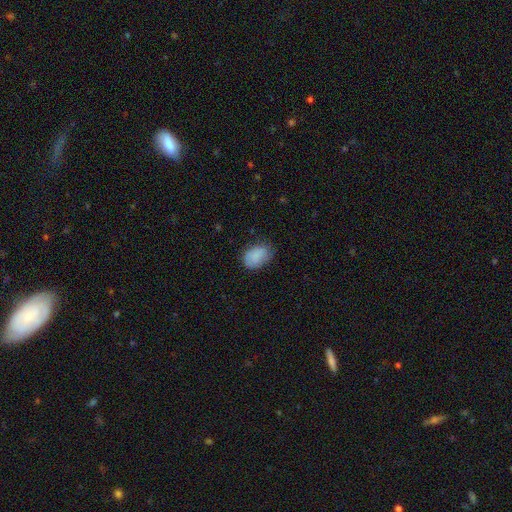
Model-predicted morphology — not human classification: A smooth galaxy with no disk features (84%) that is in between round and cigar-shaped (84%).

Vote fractions:
- Smooth or featured? smooth: 84% / featured or disk: 8% / star or artifact: 7%
- How rounded? in between: 84% / round: 15% / cigar-shaped: 1%
- Merging? none: 69% / minor disturbance: 24% / major disturbance: 6% / merger: 1%